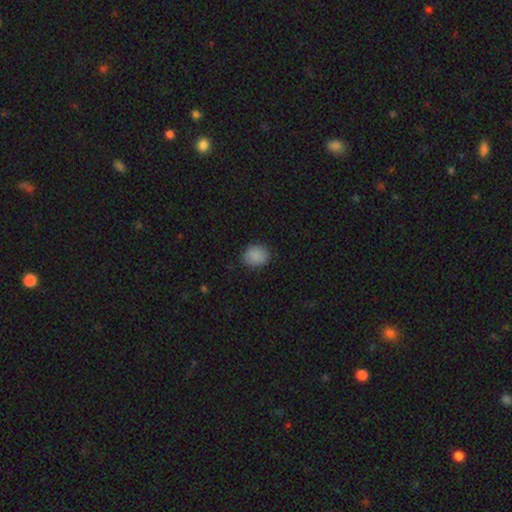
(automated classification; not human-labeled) The model was most divided on "how rounded": round: 69%, in between: 30%, cigar-shaped: 1%. More confident: smooth or featured — smooth (88%); merging — none (86%).